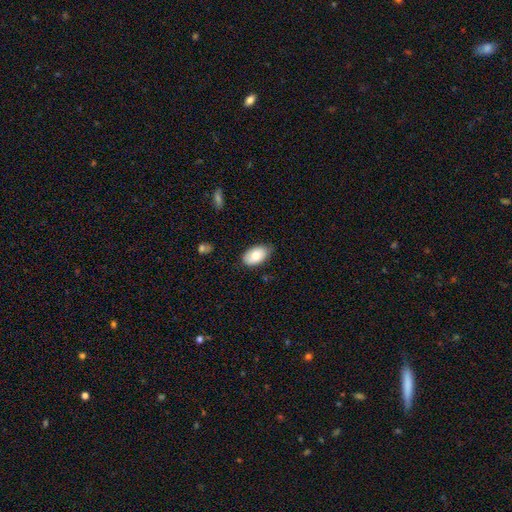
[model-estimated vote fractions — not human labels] A smooth galaxy with no disk features (77%) that is in between round and cigar-shaped (93%).

Vote fractions:
- Smooth or featured? smooth: 77% / featured or disk: 16% / star or artifact: 7%
- How rounded? in between: 93% / round: 6% / cigar-shaped: 1%
- Merging? none: 77% / minor disturbance: 19% / major disturbance: 3% / merger: 1%